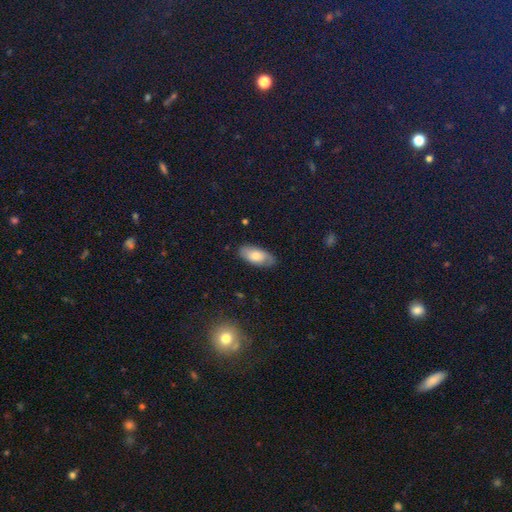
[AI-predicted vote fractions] Smooth or featured? Predicted: smooth (p=0.61). How rounded? Predicted: in between (p=0.91). Merging? Predicted: none (p=0.78).